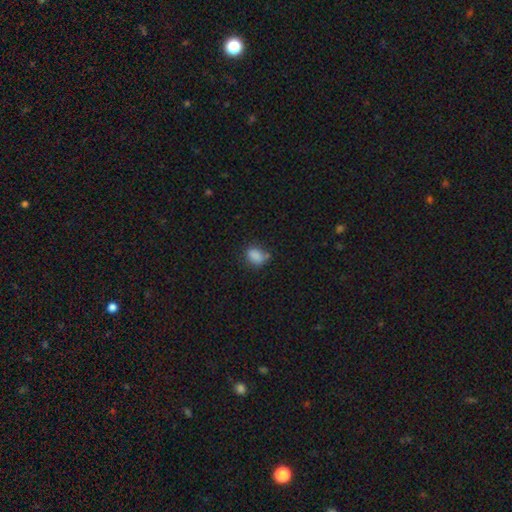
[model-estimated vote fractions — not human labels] This appears to be a smooth galaxy with no disk features (84%) that is in between round and cigar-shaped (72%). Merging: none (59%).